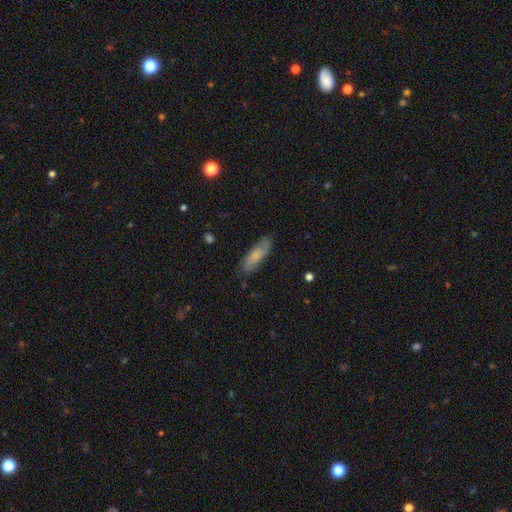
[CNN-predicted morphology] type=smooth (54%); roundness=in between (58%); merging=none (78%).